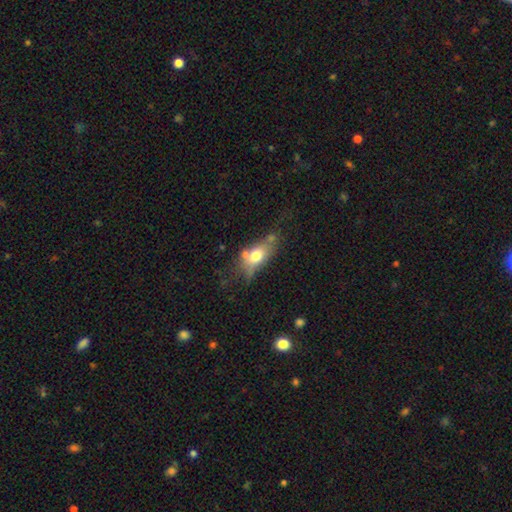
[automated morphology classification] Smooth or featured? smooth (63%)
How rounded? in between (80%)
Merging? none (41%)